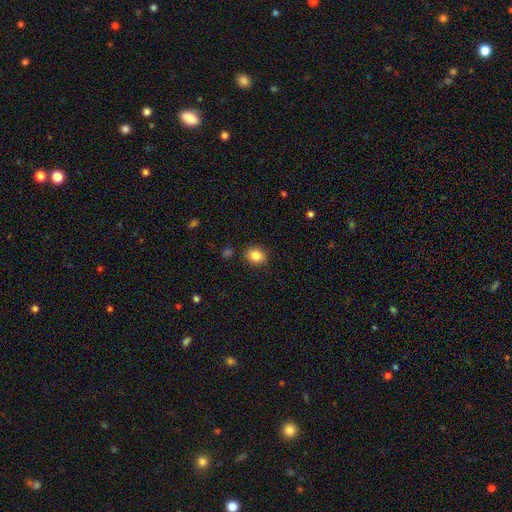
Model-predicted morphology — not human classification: smooth 85%, star or artifact 9%, featured or disk 6%. Down the decision tree: how rounded — round (52%); merging — none (88%).